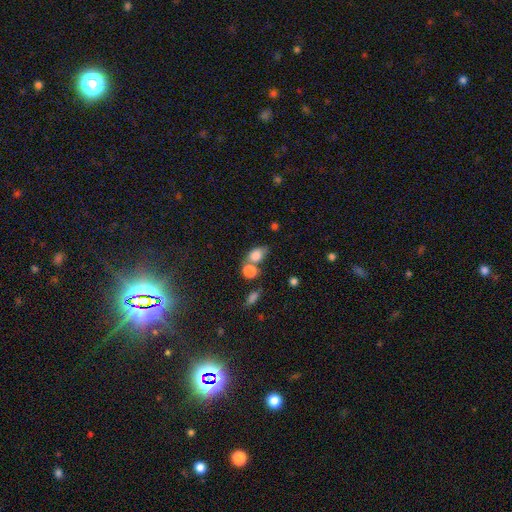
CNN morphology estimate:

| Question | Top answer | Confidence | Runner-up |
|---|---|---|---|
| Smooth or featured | smooth | 80% | featured or disk (10%) |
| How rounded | in between | 68% | round (30%) |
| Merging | merger | 42% | none (37%) |